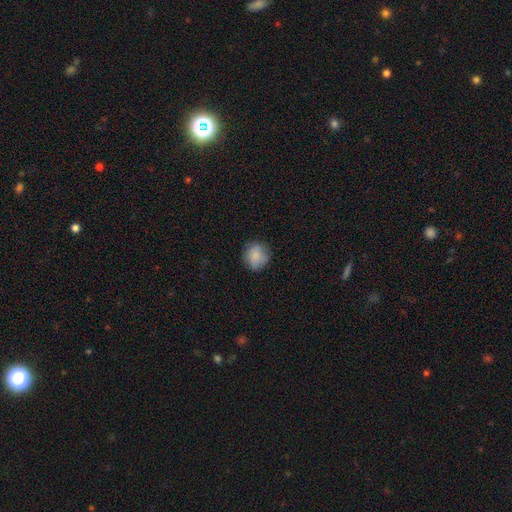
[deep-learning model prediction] Morphology: type=smooth (85%); roundness=round (83%); merging=none (80%).